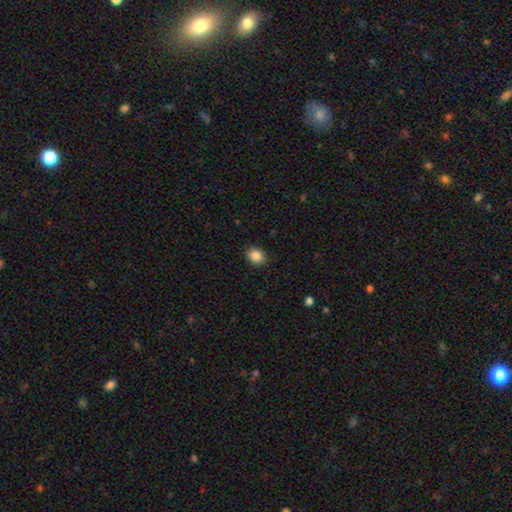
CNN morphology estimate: smooth_or_featured: smooth (p=0.88) [alt: star or artifact p=0.09]
how_rounded: in between (p=0.62) [alt: round p=0.38]
merging: none (p=0.89) [alt: minor disturbance p=0.08]